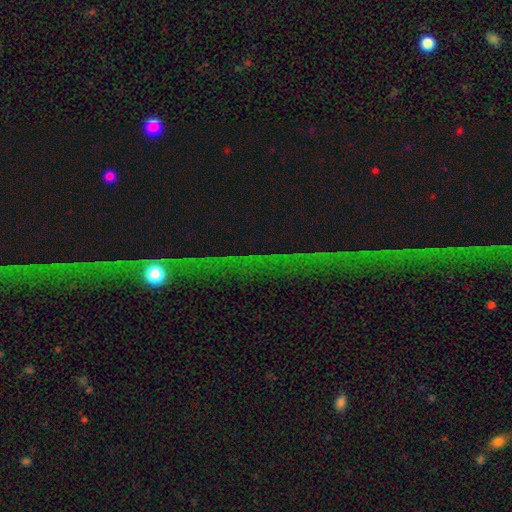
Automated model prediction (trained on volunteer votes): A star or artifact, not a galaxy (74%).